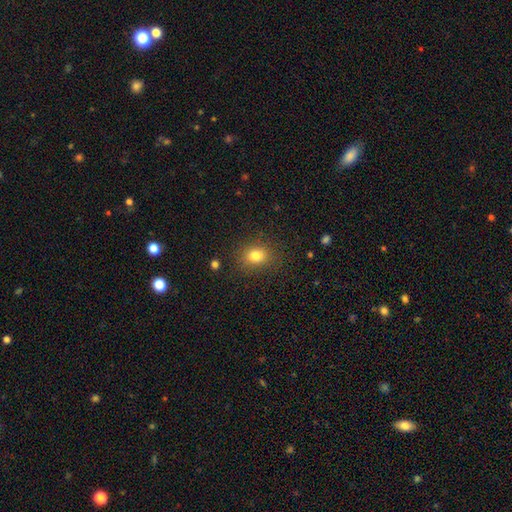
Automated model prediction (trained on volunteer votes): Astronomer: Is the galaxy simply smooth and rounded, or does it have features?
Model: smooth — 80%.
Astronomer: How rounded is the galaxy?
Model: round — 56% (runner-up: in between, 43%).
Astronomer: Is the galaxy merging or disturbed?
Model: none — 84%.